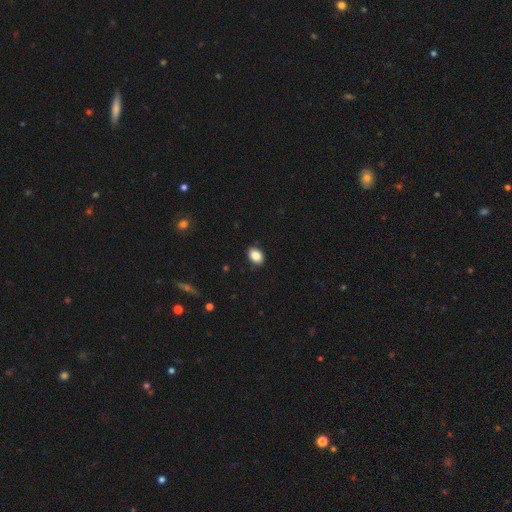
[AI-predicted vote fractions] The model was most divided on "how rounded": in between: 82%, round: 17%, cigar-shaped: 1%. More confident: smooth or featured — smooth (88%); merging — none (87%).